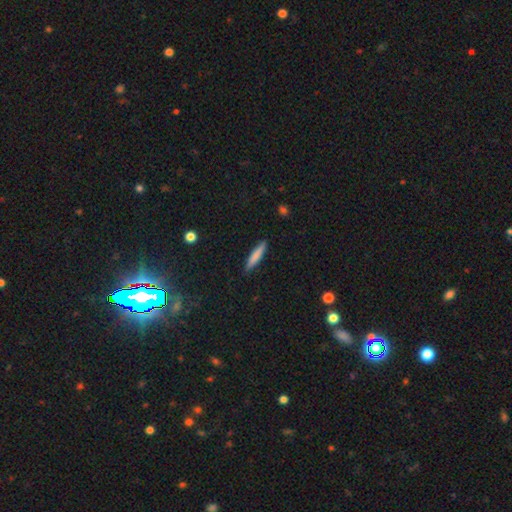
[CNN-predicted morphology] Smooth or featured? smooth (77%)
How rounded? cigar-shaped (90%)
Merging? none (88%)